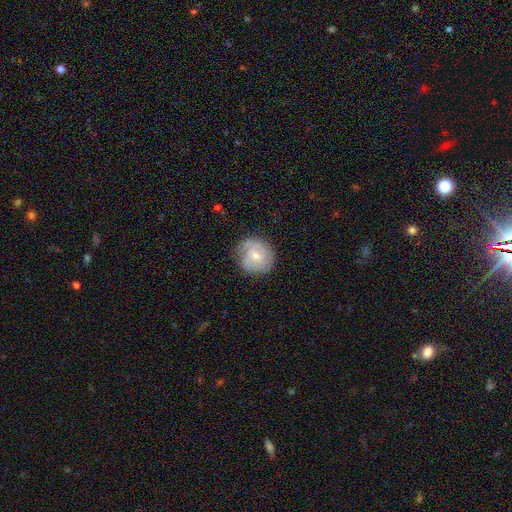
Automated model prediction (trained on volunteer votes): A featured or disk galaxy (54%) with no bar (65%), spiral arms (79%) and a small central bulge (52%).

Vote fractions:
- Smooth or featured? featured or disk: 54% / smooth: 39% / star or artifact: 7%
- Edge-on disk? no: 97% / yes: 3%
- Bar? no: 65% / weak: 30% / strong: 5%
- Spiral arms? yes: 79% / no: 21%
- Bulge size? small: 52% / moderate: 45% / large: 1% / none: 1% / dominant: 1%
- Merging? none: 71% / minor disturbance: 21% / major disturbance: 6% / merger: 1%